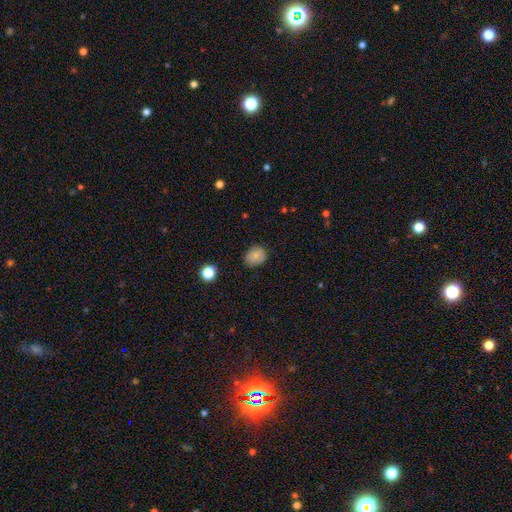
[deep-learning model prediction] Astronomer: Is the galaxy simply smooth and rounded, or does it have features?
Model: smooth — 79%.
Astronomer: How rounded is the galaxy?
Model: round — 60% (runner-up: in between, 39%).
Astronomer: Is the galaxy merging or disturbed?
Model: none — 77%.